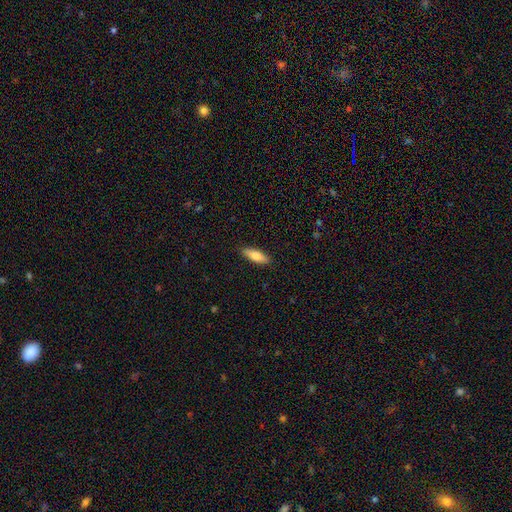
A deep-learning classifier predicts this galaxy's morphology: The model was most divided on "how rounded": in between: 53%, cigar-shaped: 45%, round: 2%. More confident: merging — none (89%); smooth or featured — smooth (76%).